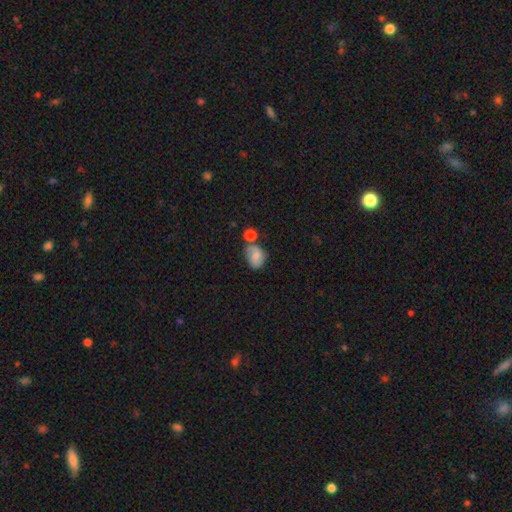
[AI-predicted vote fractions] smooth_or_featured: smooth (p=0.59) [alt: featured or disk p=0.32]
how_rounded: in between (p=0.62) [alt: round p=0.37]
merging: none (p=0.47) [alt: minor disturbance p=0.25]